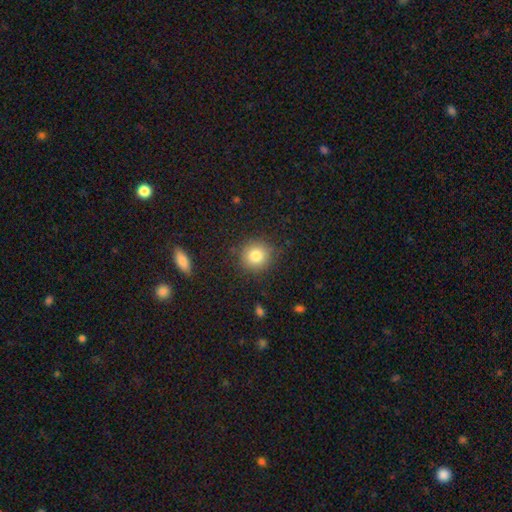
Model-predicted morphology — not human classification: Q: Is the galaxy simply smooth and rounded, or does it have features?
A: smooth — 82%.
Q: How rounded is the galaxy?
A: round — 90%.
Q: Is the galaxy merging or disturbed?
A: none — 85%.